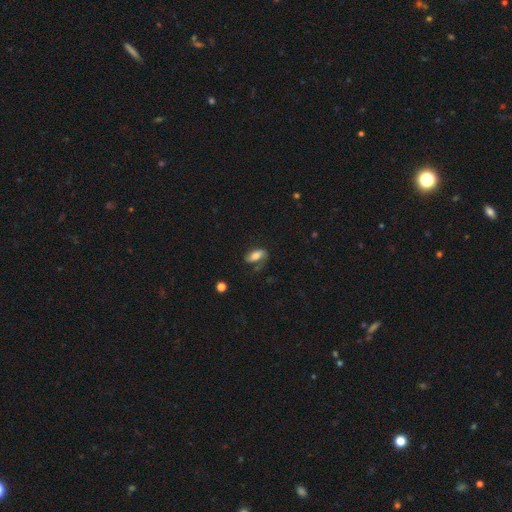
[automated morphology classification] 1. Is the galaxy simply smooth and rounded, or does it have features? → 63% smooth, 28% featured or disk, 8% star or artifact.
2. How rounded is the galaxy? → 85% in between, 11% cigar-shaped, 4% round.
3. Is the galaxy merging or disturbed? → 53% none, 26% minor disturbance, 18% major disturbance, 3% merger.